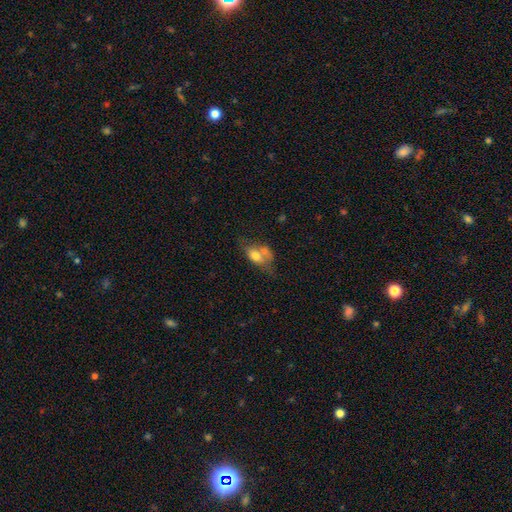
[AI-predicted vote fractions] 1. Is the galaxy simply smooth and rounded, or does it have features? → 66% smooth, 26% featured or disk, 8% star or artifact.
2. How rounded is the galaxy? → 81% in between, 14% round, 5% cigar-shaped.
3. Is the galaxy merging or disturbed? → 50% merger, 26% none, 15% minor disturbance, 9% major disturbance.